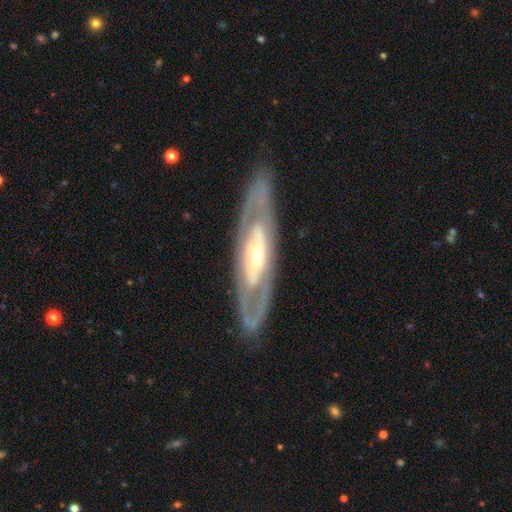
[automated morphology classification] This appears to be a featured or disk galaxy (79%) with no bar (70%), no spiral arms (51%) and a moderate central bulge (63%). Merging: none (82%).